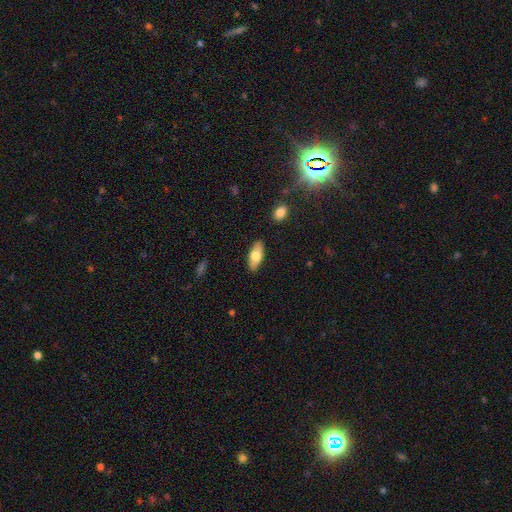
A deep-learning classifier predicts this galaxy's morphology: A smooth galaxy with no disk features (71%) that is in between round and cigar-shaped (81%). Merging: none (87%).